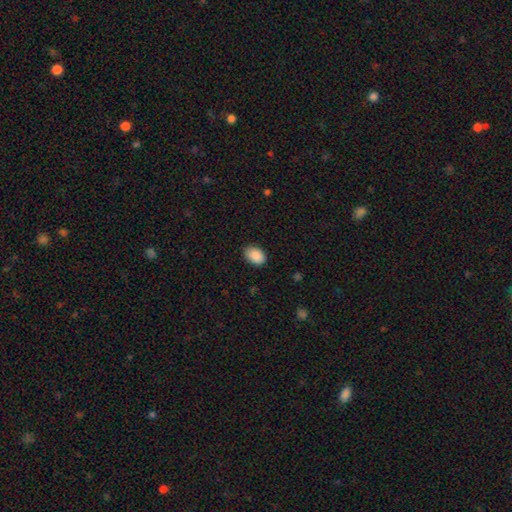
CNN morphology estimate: Smooth or featured?
  - smooth: 90% *
  - star or artifact: 7%
  - featured or disk: 3%
How rounded?
  - in between: 86% *
  - round: 13%
  - cigar-shaped: 1%
Merging?
  - none: 85% *
  - minor disturbance: 12%
  - major disturbance: 2%
  - merger: 1%